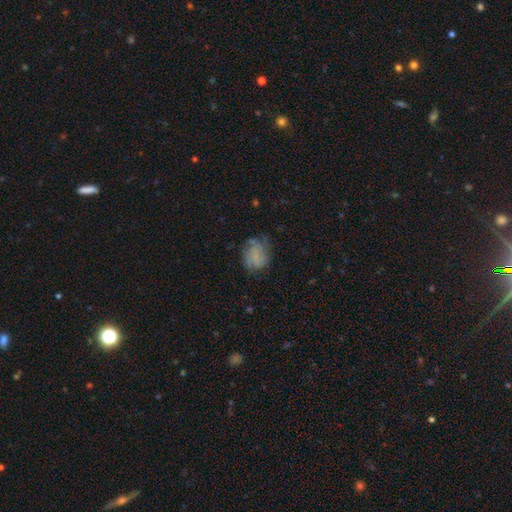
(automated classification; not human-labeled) Q: Smooth or featured?
A: featured or disk (46%); runner-up: smooth (43%)
Q: Merging?
A: none (61%); runner-up: minor disturbance (24%)